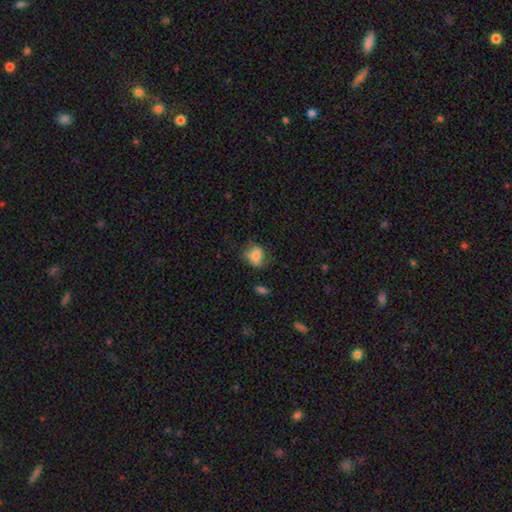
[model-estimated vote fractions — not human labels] A smooth galaxy with no disk features (75%) that is in between round and cigar-shaped (56%). Merging: none (52%).